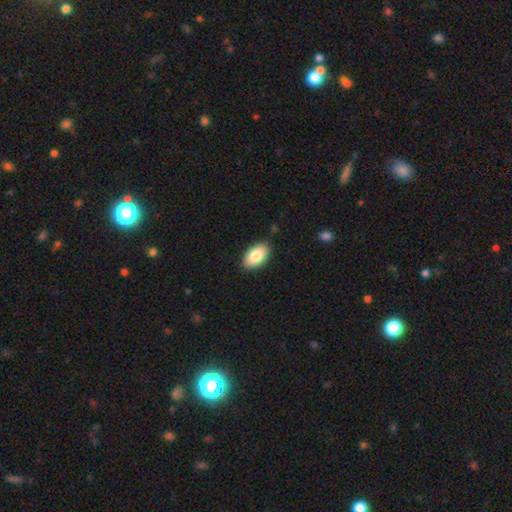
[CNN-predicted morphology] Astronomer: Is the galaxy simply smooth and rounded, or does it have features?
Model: smooth — 84%.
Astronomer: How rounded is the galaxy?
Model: in between — 94%.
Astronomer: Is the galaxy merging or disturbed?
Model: none — 86%.